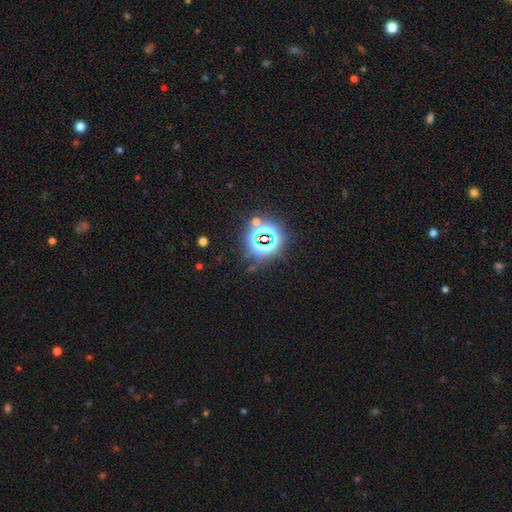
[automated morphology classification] type=star or artifact (82%).